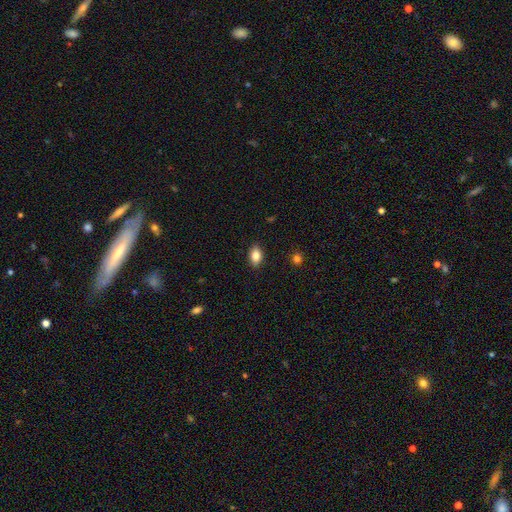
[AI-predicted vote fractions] The model was most divided on "smooth or featured": smooth: 84%, star or artifact: 8%, featured or disk: 8%. More confident: merging — none (88%); how rounded — in between (87%).